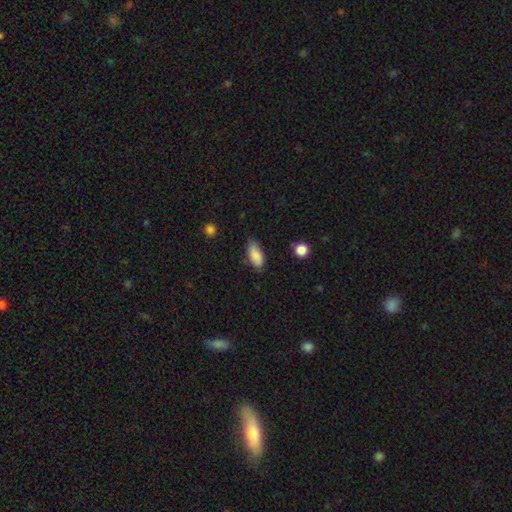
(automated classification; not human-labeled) The model was most divided on "merging": none: 68%, minor disturbance: 26%, major disturbance: 4%, merger: 2%. More confident: how rounded — in between (88%); smooth or featured — smooth (86%).